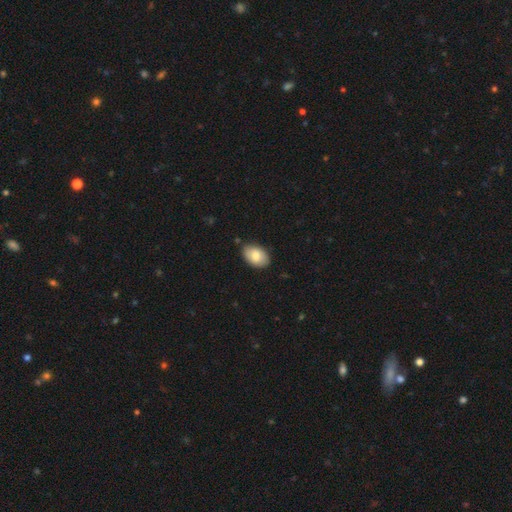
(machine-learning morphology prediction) This is likely a smooth galaxy (79%). How rounded: clearly in between (91%). Merging: clearly none (81%).